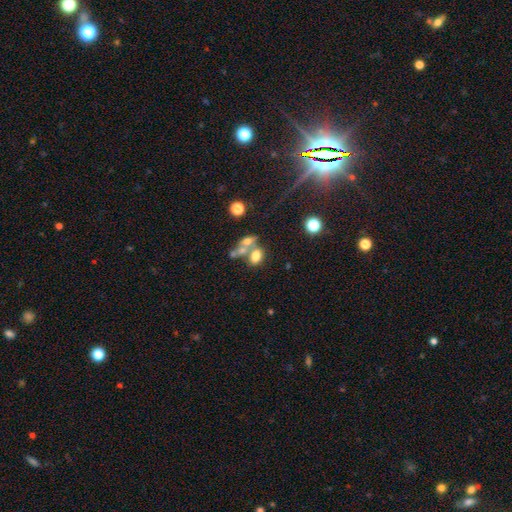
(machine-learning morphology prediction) A smooth galaxy with no disk features (67%) that is in between round and cigar-shaped (74%).

Vote fractions:
- Smooth or featured? smooth: 67% / featured or disk: 20% / star or artifact: 14%
- How rounded? in between: 74% / round: 23% / cigar-shaped: 3%
- Merging? merger: 51% / none: 32% / minor disturbance: 10% / major disturbance: 8%